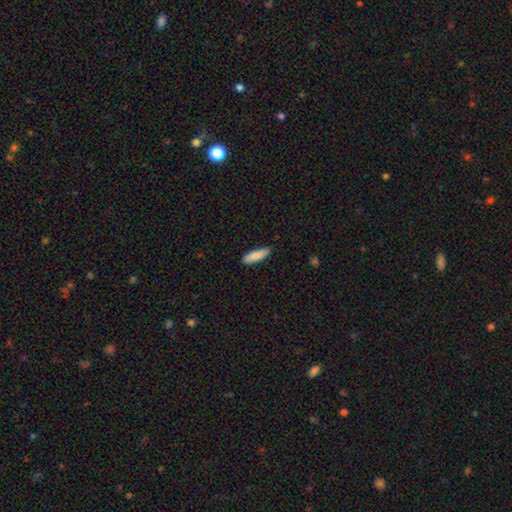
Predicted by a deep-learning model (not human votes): This appears to be a smooth galaxy with no disk features (86%) that is cigar-shaped (65%). Merging: none (87%).